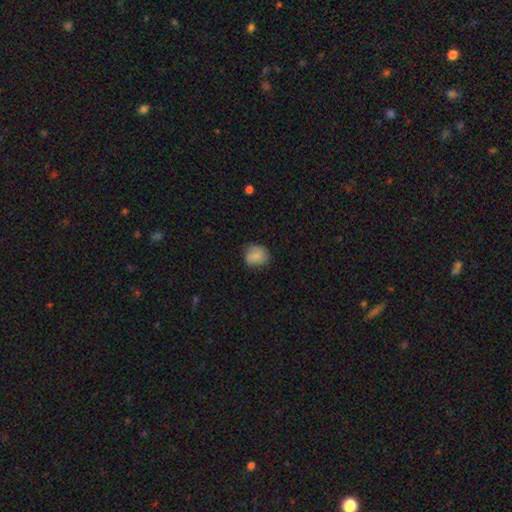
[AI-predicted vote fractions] This appears to be a smooth galaxy with no disk features (77%) that is round (68%). Merging: none (70%).